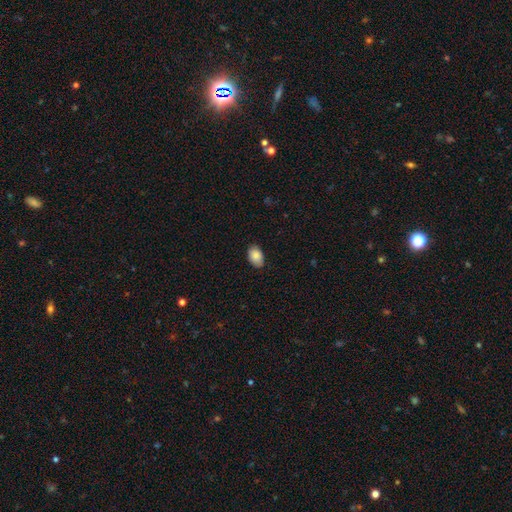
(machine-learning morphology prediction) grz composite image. It shows a smooth galaxy with no disk features (85%) that is in between round and cigar-shaped (88%). Merging: none (81%).